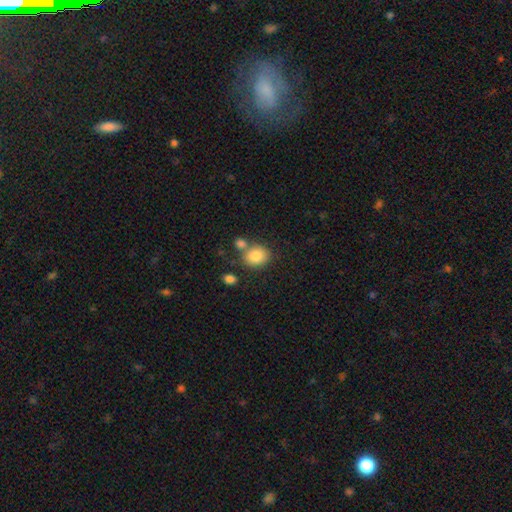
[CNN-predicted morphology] Overall: smooth (84%). How rounded: round (66%; in between 33%). Merging: none (62%).